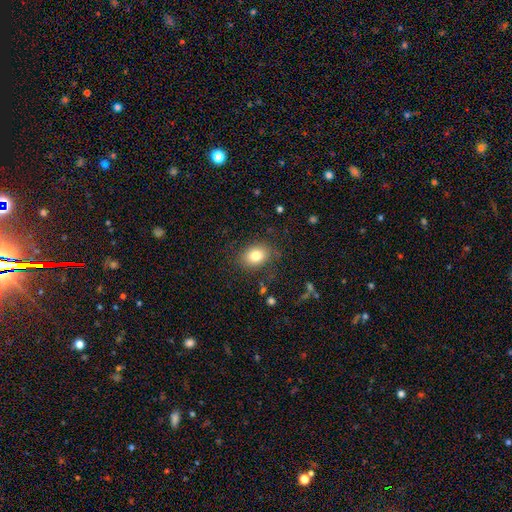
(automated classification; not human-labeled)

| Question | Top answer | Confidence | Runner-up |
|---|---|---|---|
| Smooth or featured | smooth | 80% | featured or disk (10%) |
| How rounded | in between | 62% | round (37%) |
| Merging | none | 81% | minor disturbance (13%) |